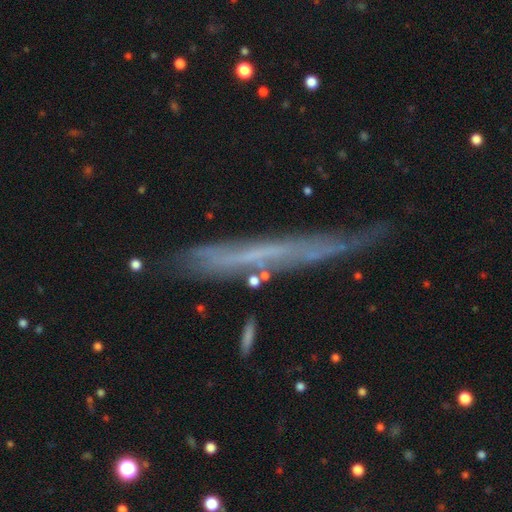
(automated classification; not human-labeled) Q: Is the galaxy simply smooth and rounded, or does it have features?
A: featured or disk — 55%.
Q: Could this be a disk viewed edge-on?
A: yes — 79%.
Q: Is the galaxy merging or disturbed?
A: none — 61%.